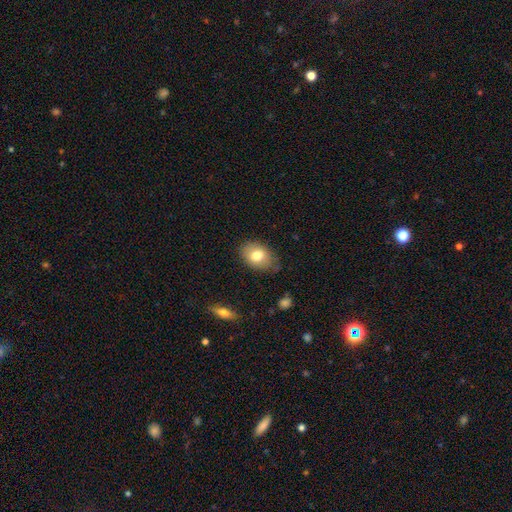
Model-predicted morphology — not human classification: This appears to be a smooth galaxy with no disk features (77%) that is in between round and cigar-shaped (81%). Merging: none (75%).